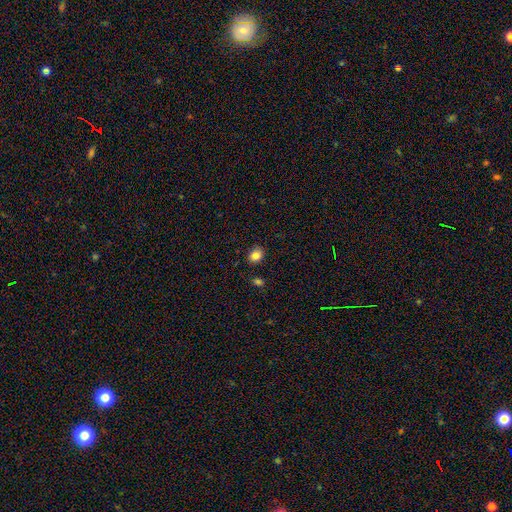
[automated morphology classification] A smooth galaxy with no disk features (84%) that is round (50%). Merging: none (86%).